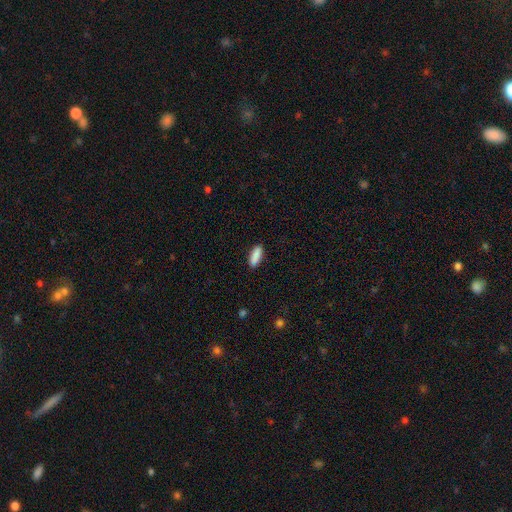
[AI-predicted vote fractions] Morphology: type=smooth (89%); roundness=in between (64%); merging=none (88%).